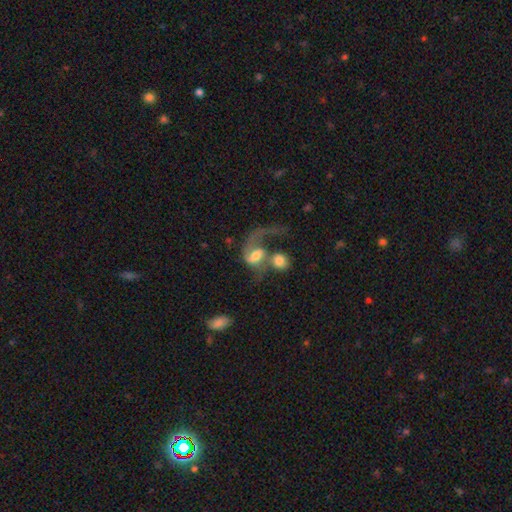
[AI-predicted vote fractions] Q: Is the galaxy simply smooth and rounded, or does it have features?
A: featured or disk — 66%.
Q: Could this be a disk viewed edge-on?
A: no — 96%.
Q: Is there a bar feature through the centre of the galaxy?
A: weak — 45%.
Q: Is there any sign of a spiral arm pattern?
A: yes — 86%.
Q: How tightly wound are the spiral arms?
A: loose — 76%.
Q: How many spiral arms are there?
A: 1 — 48%.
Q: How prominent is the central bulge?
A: moderate — 53%.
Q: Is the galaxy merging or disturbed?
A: merger — 55%.